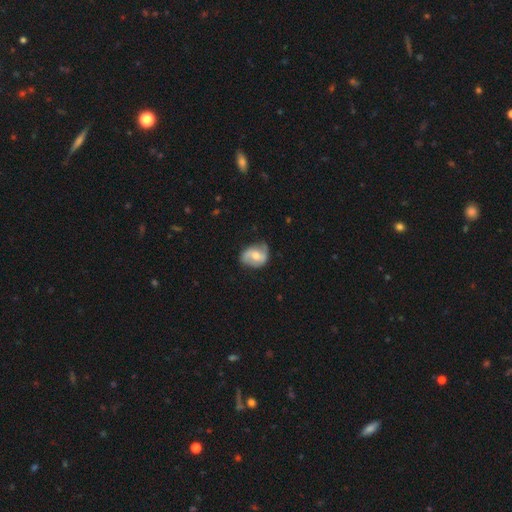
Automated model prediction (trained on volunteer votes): Smooth or featured? featured or disk (56%)
Edge-on disk? no (96%)
Bar? no (44%)
Spiral arms? yes (78%)
Bulge size? moderate (68%)
Merging? none (62%)